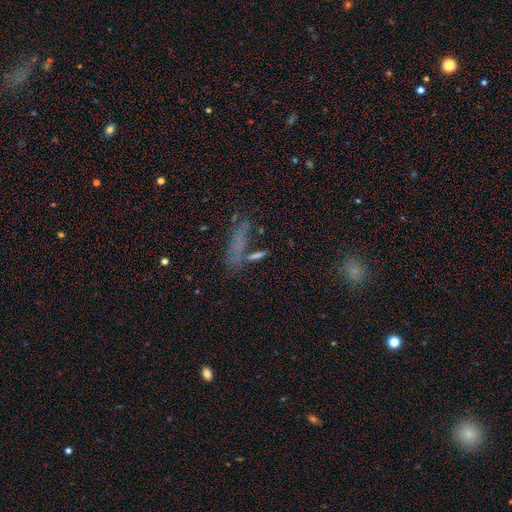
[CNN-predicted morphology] The model was most divided on "how rounded": cigar-shaped: 64%, in between: 30%, round: 6%. More confident: smooth or featured — smooth (60%); merging — none (56%).